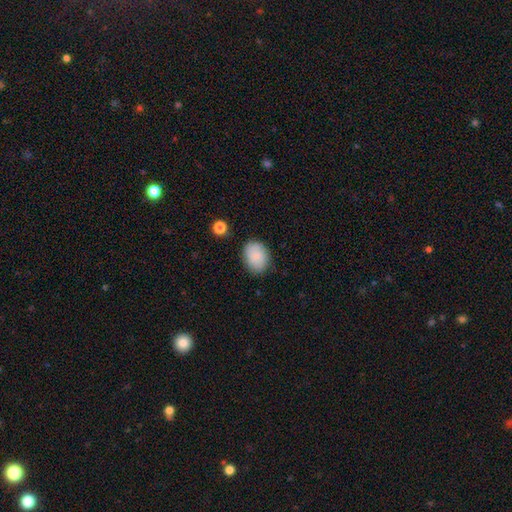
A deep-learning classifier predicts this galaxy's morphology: type=smooth (84%); roundness=in between (64%); merging=none (81%).